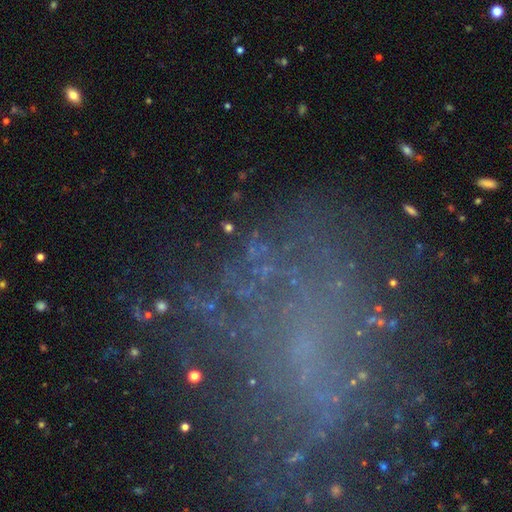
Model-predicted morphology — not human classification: type=star or artifact (42%).